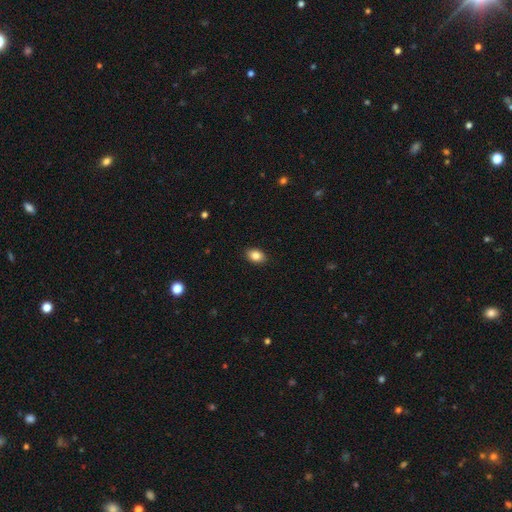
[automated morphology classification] Smooth or featured? smooth (85%)
How rounded? in between (83%)
Merging? none (90%)